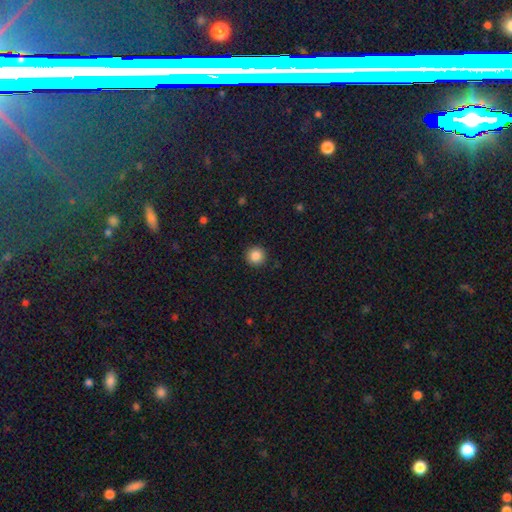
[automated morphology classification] Smooth or featured? smooth (86%)
How rounded? round (95%)
Merging? none (92%)